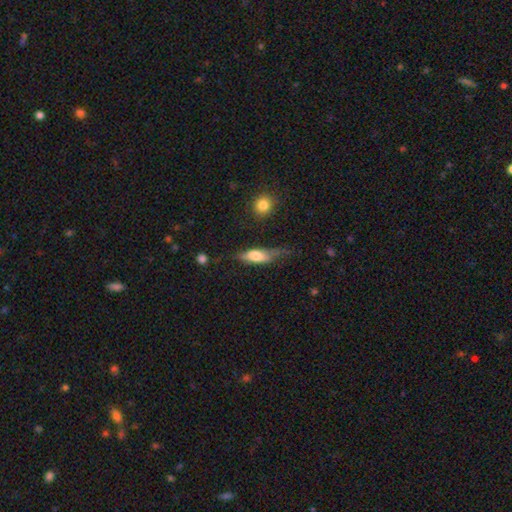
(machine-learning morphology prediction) Q: Smooth or featured?
A: smooth (62%); runner-up: featured or disk (31%)
Q: How rounded?
A: in between (59%); runner-up: cigar-shaped (37%)
Q: Merging?
A: none (44%); runner-up: minor disturbance (32%)